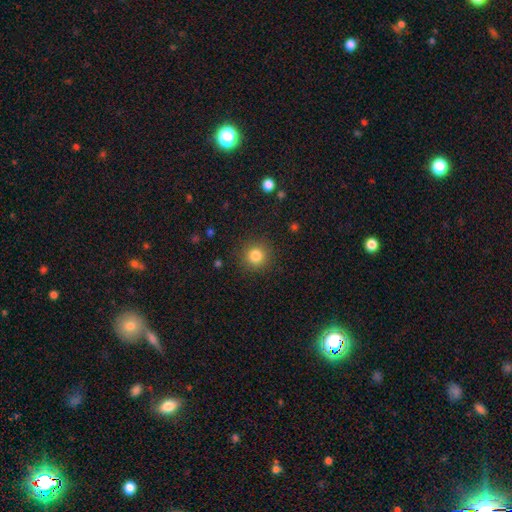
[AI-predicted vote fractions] Smooth or featured? Predicted: smooth (p=0.83). How rounded? Predicted: round (p=0.94). Merging? Predicted: none (p=0.90).